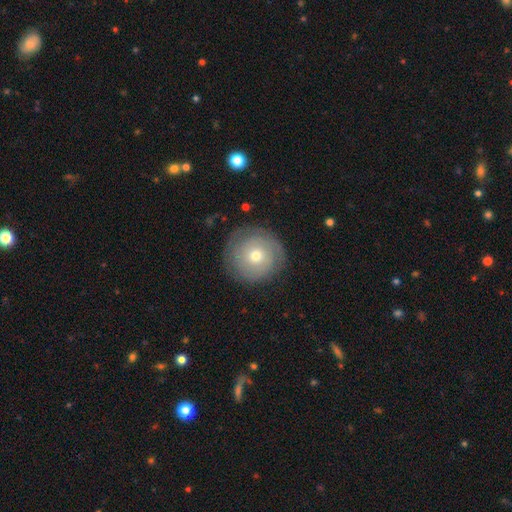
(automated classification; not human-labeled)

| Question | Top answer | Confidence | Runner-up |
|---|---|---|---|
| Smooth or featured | featured or disk | 50% | smooth (41%) |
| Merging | none | 83% | minor disturbance (12%) |